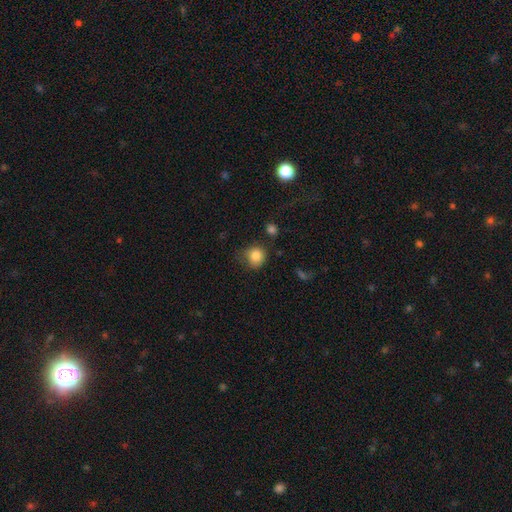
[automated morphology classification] The model was most divided on "merging": none: 65%, minor disturbance: 23%, major disturbance: 8%, merger: 4%. More confident: how rounded — round (83%); smooth or featured — smooth (83%).